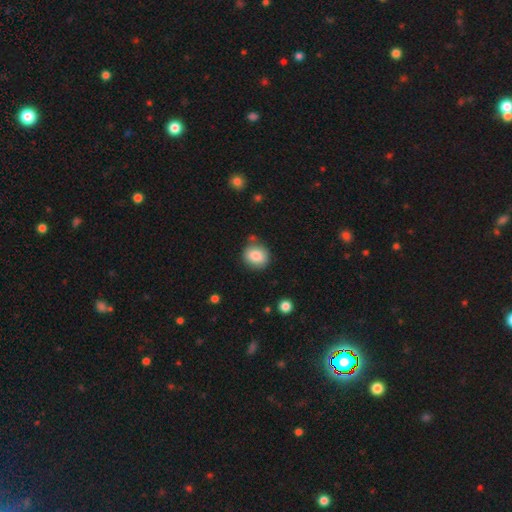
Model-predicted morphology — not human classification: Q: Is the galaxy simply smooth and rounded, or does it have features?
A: smooth — 85%.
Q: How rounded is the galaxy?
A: round — 73%.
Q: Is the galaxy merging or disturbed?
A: none — 79%.